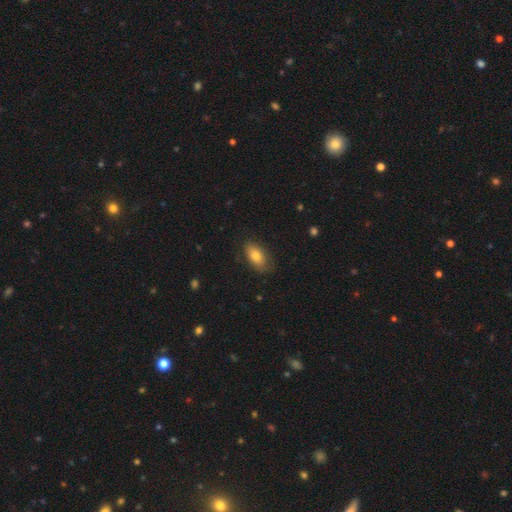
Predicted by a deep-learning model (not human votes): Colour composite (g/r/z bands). It shows a smooth galaxy with no disk features (80%) that is in between round and cigar-shaped (90%). Merging: none (79%).